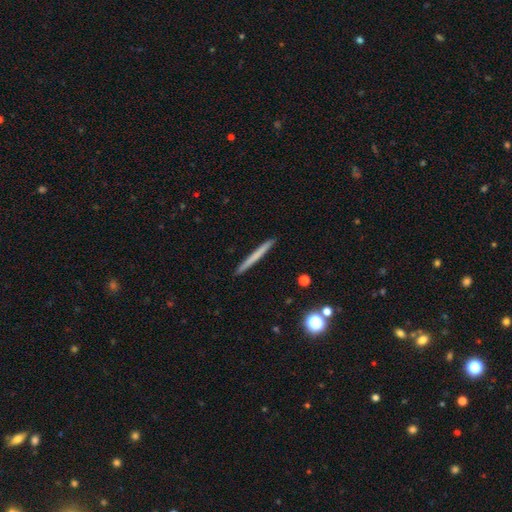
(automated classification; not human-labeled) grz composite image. It shows a smooth galaxy with no disk features (60%) that is cigar-shaped (97%). Merging: none (93%).